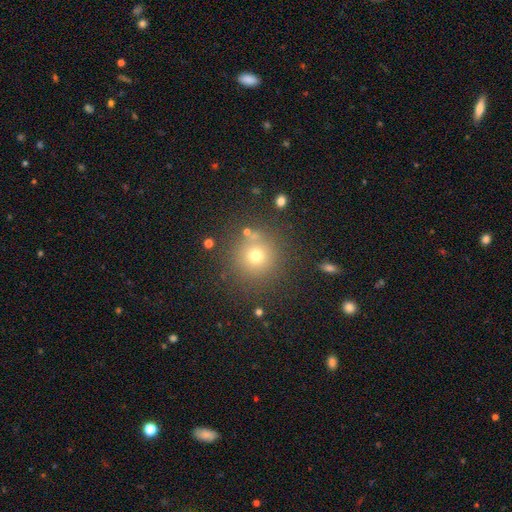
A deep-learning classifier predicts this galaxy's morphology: This appears to be a smooth galaxy with no disk features (70%) that is round (94%). Merging: none (83%).